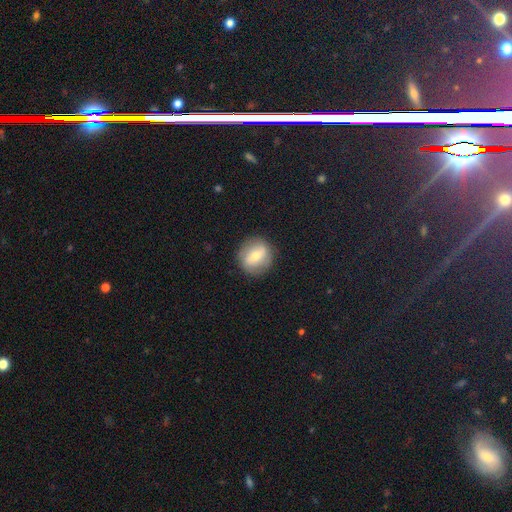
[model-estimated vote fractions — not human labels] Smooth or featured?
  - smooth: 56% *
  - featured or disk: 36%
  - star or artifact: 8%
How rounded?
  - round: 81% *
  - in between: 17%
  - cigar-shaped: 1%
Merging?
  - none: 86% *
  - minor disturbance: 9%
  - major disturbance: 3%
  - merger: 1%